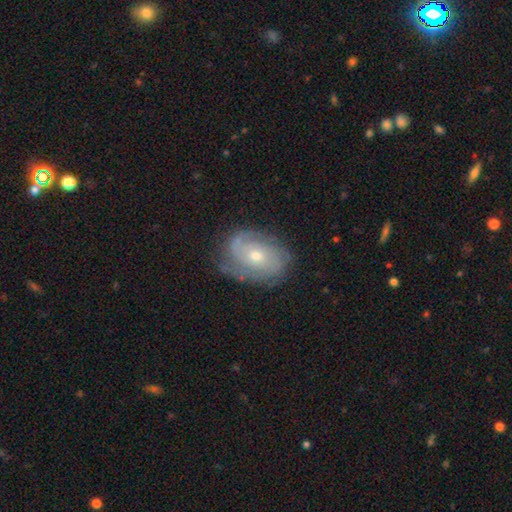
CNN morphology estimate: featured or disk 75%, smooth 16%, star or artifact 8%. Down the decision tree: edge-on disk — no (96%); bar — no (71%); spiral arms — yes (91%); spiral arm count — 2 (35%); spiral winding — tight (55%); bulge size — moderate (55%); merging — none (74%).